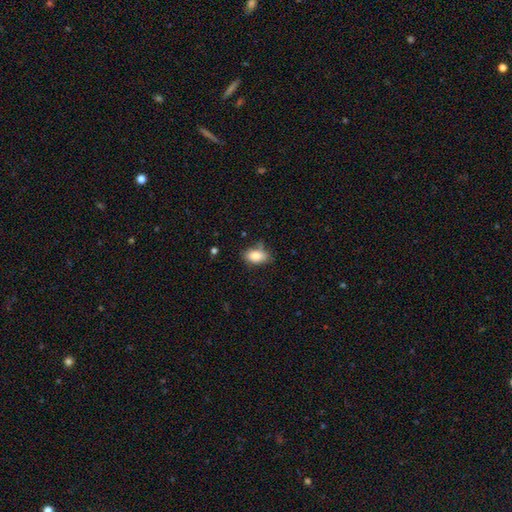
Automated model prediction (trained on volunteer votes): Smooth or featured?
  - smooth: 83% *
  - featured or disk: 9%
  - star or artifact: 8%
How rounded?
  - in between: 89% *
  - round: 9%
  - cigar-shaped: 3%
Merging?
  - none: 67% *
  - minor disturbance: 23%
  - major disturbance: 5%
  - merger: 5%